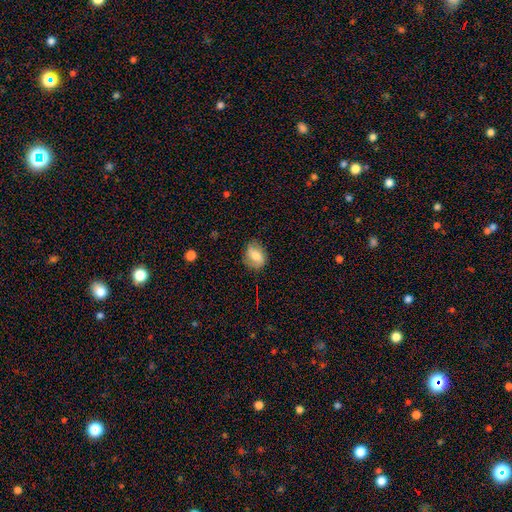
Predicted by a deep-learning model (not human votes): This is likely a smooth galaxy (65%). How rounded: possibly in between (59%). Merging: likely none (75%).